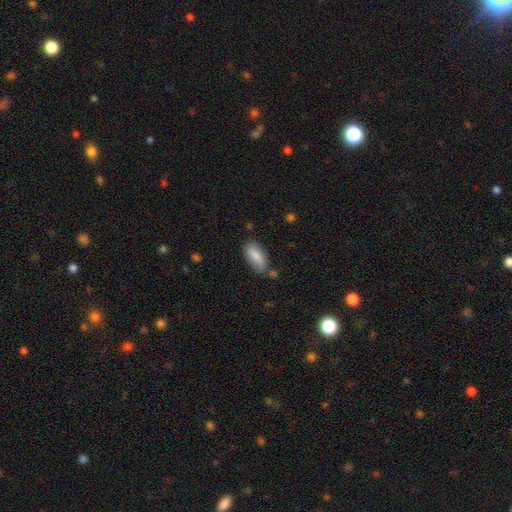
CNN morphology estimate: smooth_or_featured: smooth (p=0.85) [alt: featured or disk p=0.09]
how_rounded: in between (p=0.87) [alt: cigar-shaped p=0.11]
merging: none (p=0.68) [alt: minor disturbance p=0.21]